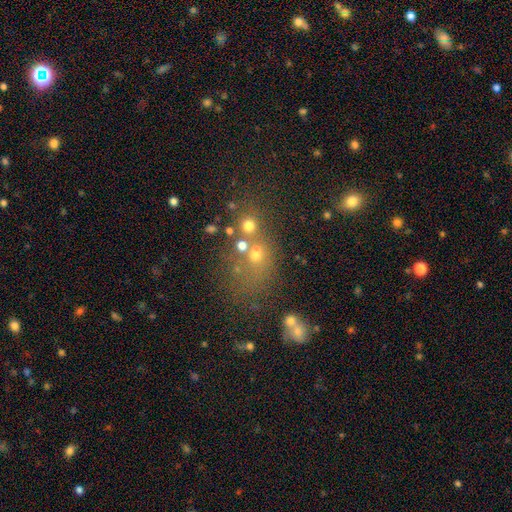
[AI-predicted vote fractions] smooth_or_featured: smooth (p=0.52) [alt: star or artifact p=0.28]
how_rounded: round (p=0.55) [alt: in between p=0.43]
merging: none (p=0.44) [alt: merger p=0.33]